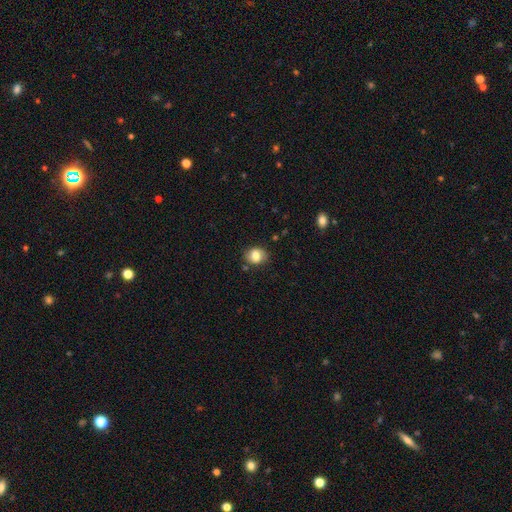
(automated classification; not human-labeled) Overall: smooth (77%). How rounded: round (60%; in between 39%). Merging: none (81%).